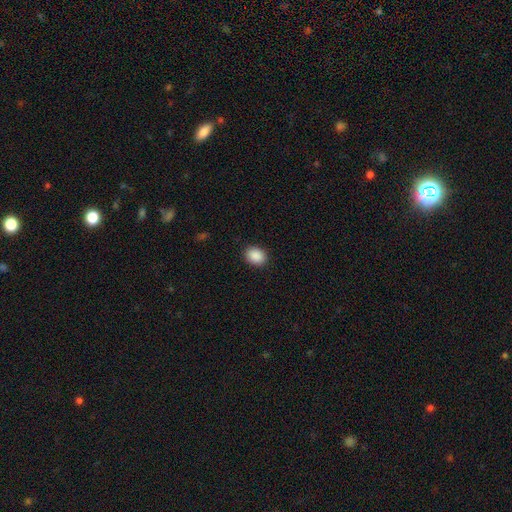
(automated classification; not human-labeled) This appears to be a smooth galaxy with no disk features (90%) that is in between round and cigar-shaped (58%). Merging: none (90%).